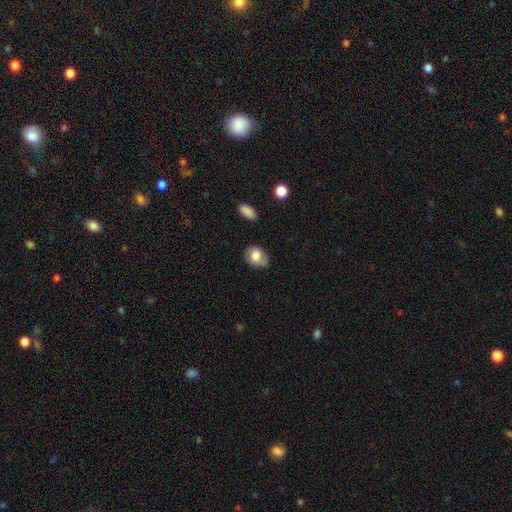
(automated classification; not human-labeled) Q: Smooth or featured?
A: smooth (74%); runner-up: featured or disk (18%)
Q: How rounded?
A: in between (57%); runner-up: round (42%)
Q: Merging?
A: none (62%); runner-up: minor disturbance (28%)